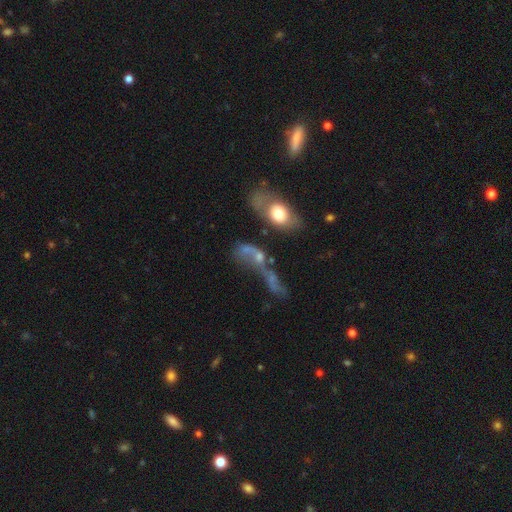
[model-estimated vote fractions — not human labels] The model was most divided on "smooth or featured": featured or disk: 42%, smooth: 41%, star or artifact: 17%. More confident: merging — merger (50%).